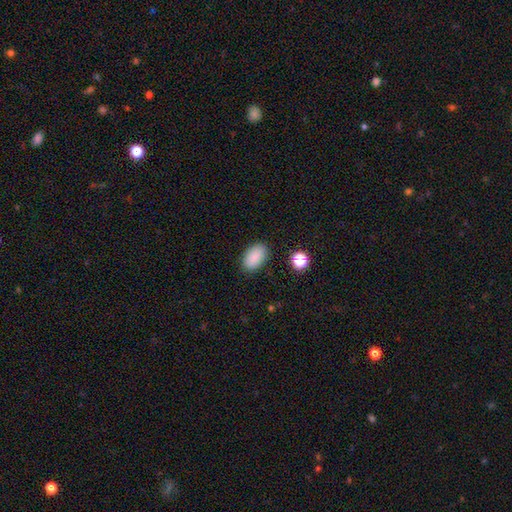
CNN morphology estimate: Smooth or featured? Predicted: smooth (p=0.86). How rounded? Predicted: in between (p=0.92). Merging? Predicted: none (p=0.87).